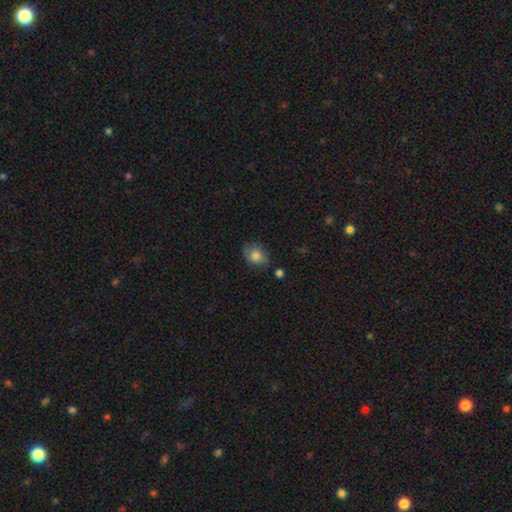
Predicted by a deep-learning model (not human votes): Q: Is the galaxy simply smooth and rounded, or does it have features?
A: smooth — 79%.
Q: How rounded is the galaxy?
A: in between — 58%.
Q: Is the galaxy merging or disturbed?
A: none — 69%.